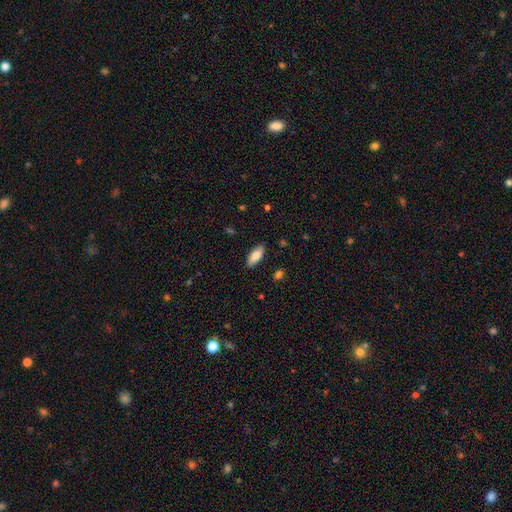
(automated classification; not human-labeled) Q: Smooth or featured?
A: smooth (81%); runner-up: featured or disk (13%)
Q: How rounded?
A: in between (81%); runner-up: cigar-shaped (17%)
Q: Merging?
A: none (87%); runner-up: minor disturbance (10%)